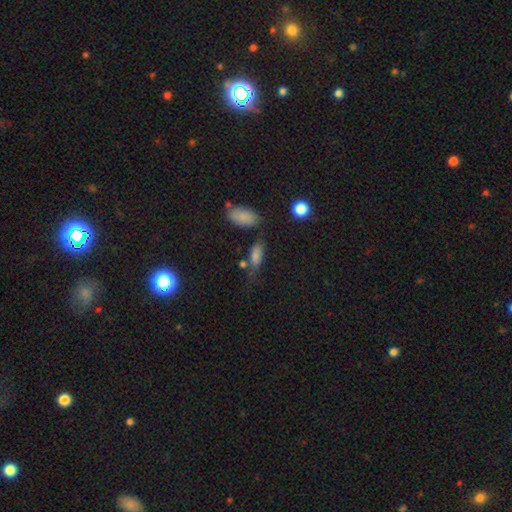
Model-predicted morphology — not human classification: A smooth galaxy with no disk features (69%) that is in between round and cigar-shaped (67%). Merging: none (56%).